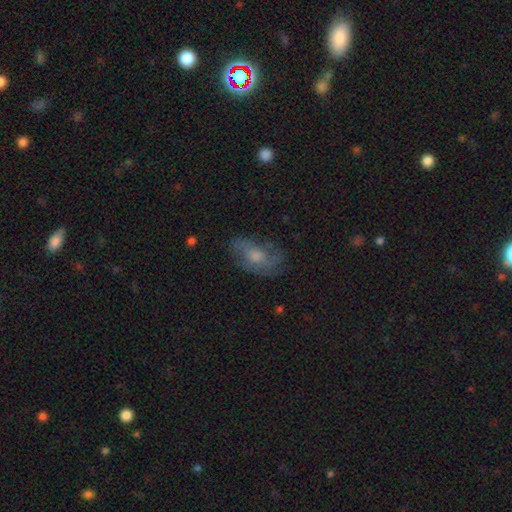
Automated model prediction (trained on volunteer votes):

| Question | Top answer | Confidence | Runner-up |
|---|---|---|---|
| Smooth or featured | featured or disk | 47% | smooth (42%) |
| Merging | none | 60% | minor disturbance (24%) |